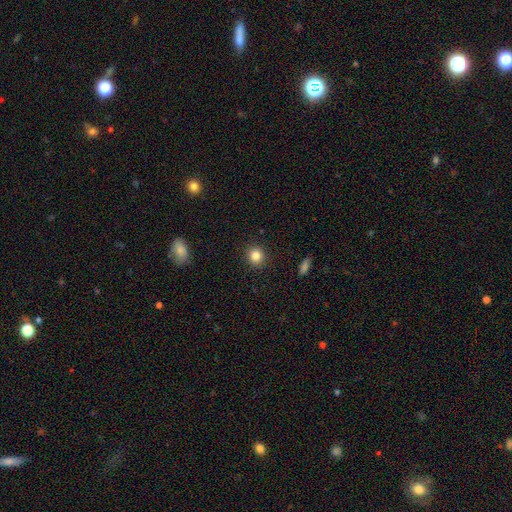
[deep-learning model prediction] smooth-or-featured: smooth: 84% | star or artifact: 11% | featured or disk: 5%
  how-rounded: round: 89% | in between: 10% | cigar-shaped: 1%
  merging: none: 92% | minor disturbance: 6% | major disturbance: 2% | merger: 1%